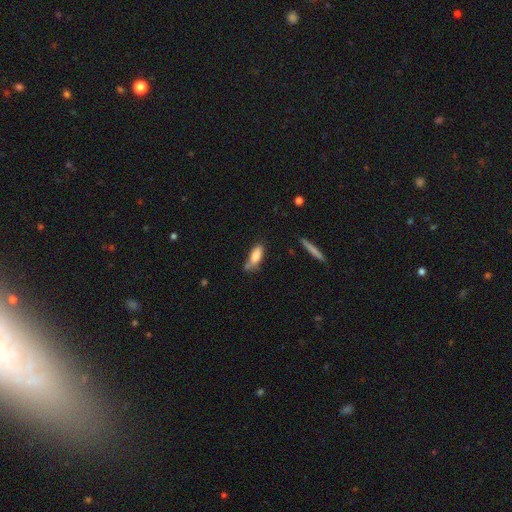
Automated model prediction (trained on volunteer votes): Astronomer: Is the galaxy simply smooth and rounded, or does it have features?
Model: smooth — 79%.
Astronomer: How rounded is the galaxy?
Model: in between — 66%.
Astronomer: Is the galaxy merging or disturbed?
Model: none — 53% (runner-up: minor disturbance, 29%).